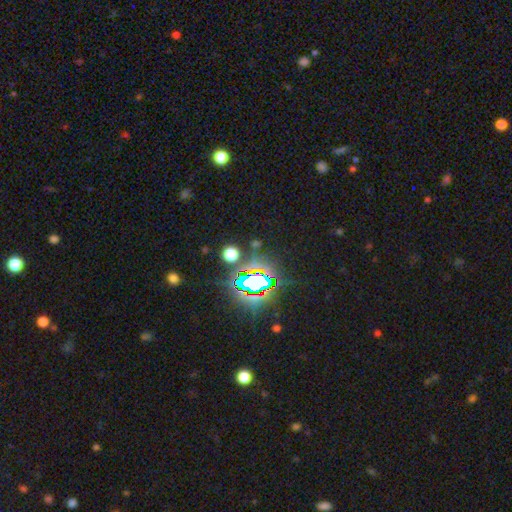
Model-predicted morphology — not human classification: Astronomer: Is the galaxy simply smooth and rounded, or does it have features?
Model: star or artifact — 80%.